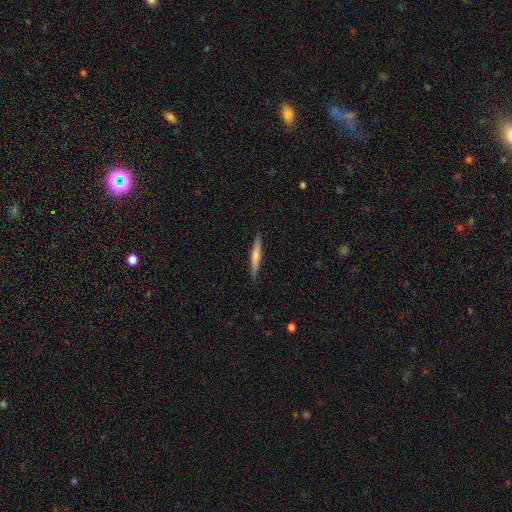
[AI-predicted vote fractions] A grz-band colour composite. It shows a smooth galaxy with no disk features (61%) that is cigar-shaped (95%). Merging: none (90%).